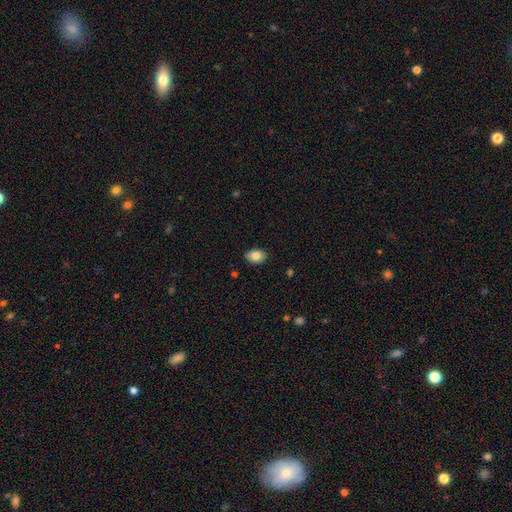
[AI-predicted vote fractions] Smooth or featured: smooth — 83% (featured or disk — 10%)
How rounded: in between — 83% (round — 16%)
Merging: none — 88% (minor disturbance — 9%)